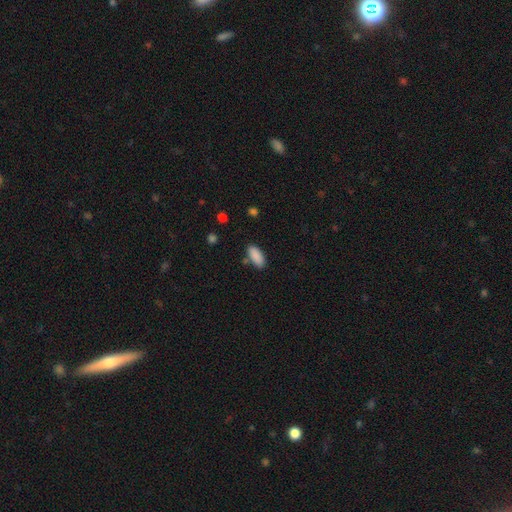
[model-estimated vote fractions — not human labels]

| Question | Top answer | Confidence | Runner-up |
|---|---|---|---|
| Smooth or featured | smooth | 89% | star or artifact (7%) |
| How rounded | in between | 87% | cigar-shaped (11%) |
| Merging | none | 80% | minor disturbance (12%) |